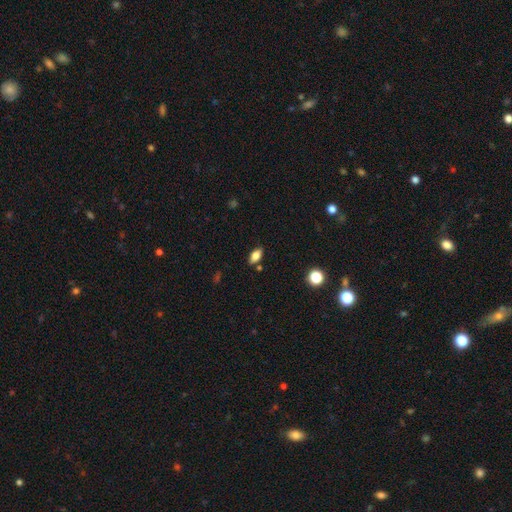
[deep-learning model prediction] smooth-or-featured: smooth: 76% | featured or disk: 15% | star or artifact: 9%
  how-rounded: in between: 86% | cigar-shaped: 9% | round: 5%
  merging: none: 84% | minor disturbance: 10% | merger: 3% | major disturbance: 2%